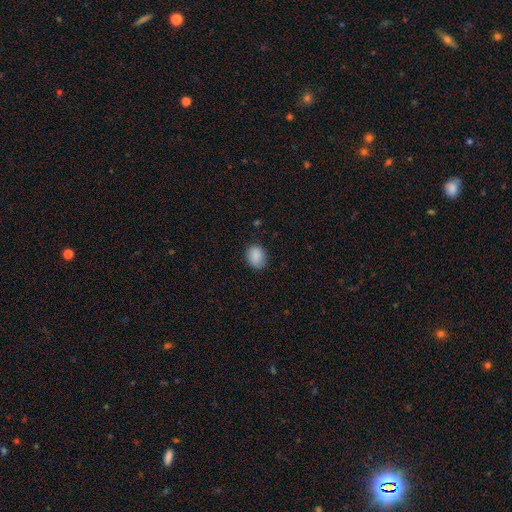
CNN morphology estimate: Smooth or featured? Predicted: smooth (p=0.88). How rounded? Predicted: round (p=0.51). Merging? Predicted: none (p=0.81).